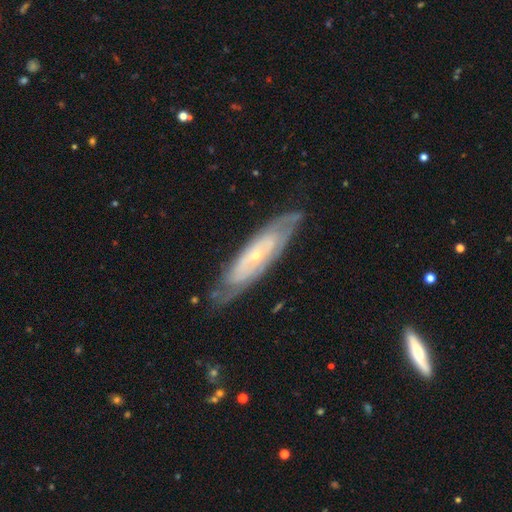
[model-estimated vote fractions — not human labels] A featured or disk galaxy (80%) with no bar (73%), tight (69%) spiral arms (88%) and a small central bulge (78%). Merging: none (76%).